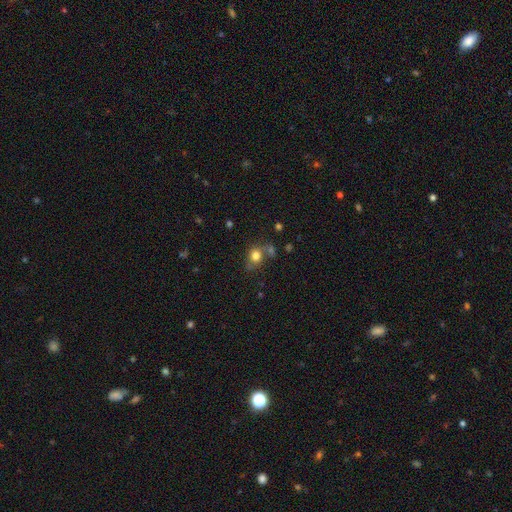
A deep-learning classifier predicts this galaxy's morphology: smooth_or_featured: smooth (p=0.78) [alt: star or artifact p=0.13]
how_rounded: round (p=0.70) [alt: in between p=0.29]
merging: none (p=0.59) [alt: merger p=0.18]